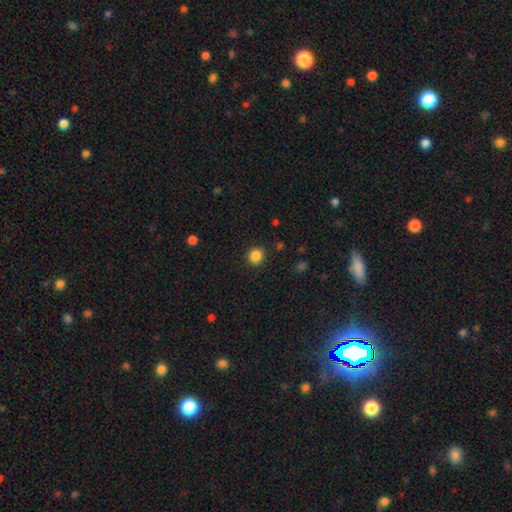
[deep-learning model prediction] smooth 86%, star or artifact 11%, featured or disk 3%. Down the decision tree: how rounded — round (91%); merging — none (91%).